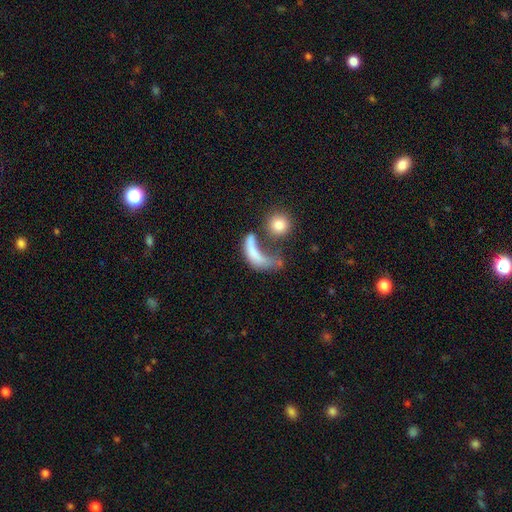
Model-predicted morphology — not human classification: This appears to be a smooth galaxy with no disk features (58%) that is in between round and cigar-shaped (51%). Merging: major disturbance (43%).